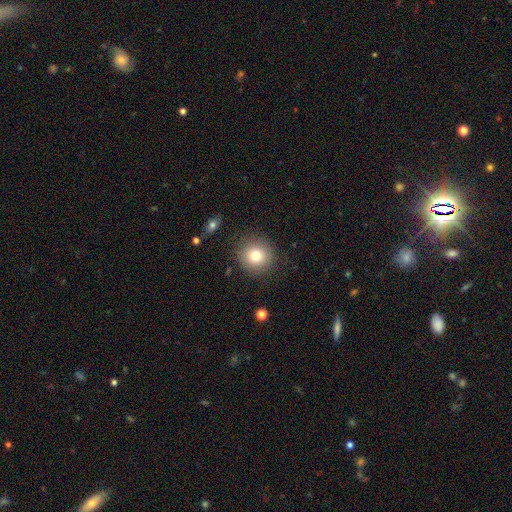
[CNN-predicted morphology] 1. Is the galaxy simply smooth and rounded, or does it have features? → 77% smooth, 12% star or artifact, 11% featured or disk.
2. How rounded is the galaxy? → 92% round, 7% in between, 1% cigar-shaped.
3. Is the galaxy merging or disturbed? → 88% none, 8% minor disturbance, 3% major disturbance, 1% merger.